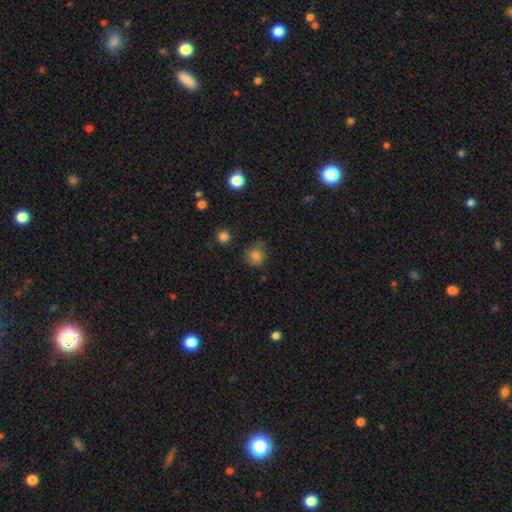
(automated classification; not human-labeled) Morphology: type=smooth (79%); roundness=round (82%); merging=none (64%).